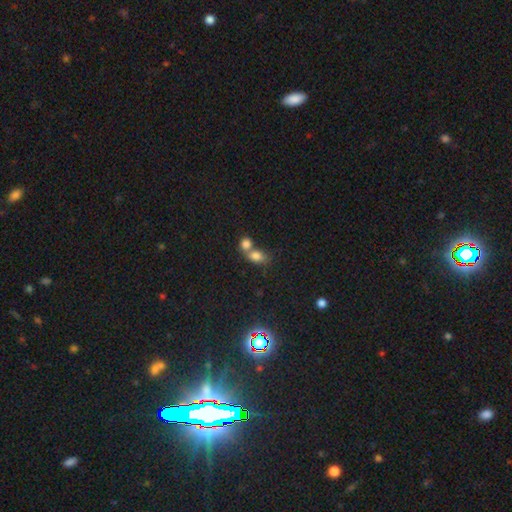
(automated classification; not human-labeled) Morphology: type=smooth (78%); roundness=in between (67%); merging=merger (61%).